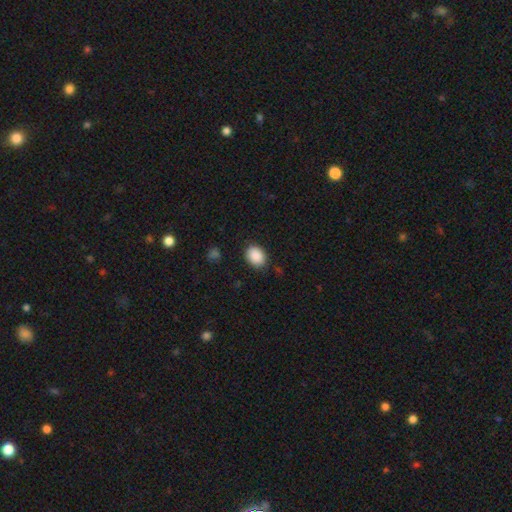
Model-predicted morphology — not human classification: type=smooth (89%); roundness=in between (63%); merging=none (84%).